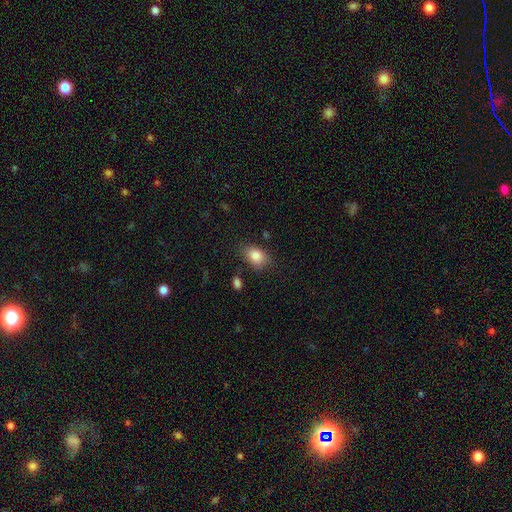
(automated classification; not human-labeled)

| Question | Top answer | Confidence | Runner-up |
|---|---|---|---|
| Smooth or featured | smooth | 85% | star or artifact (8%) |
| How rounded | in between | 80% | round (19%) |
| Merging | none | 77% | minor disturbance (16%) |